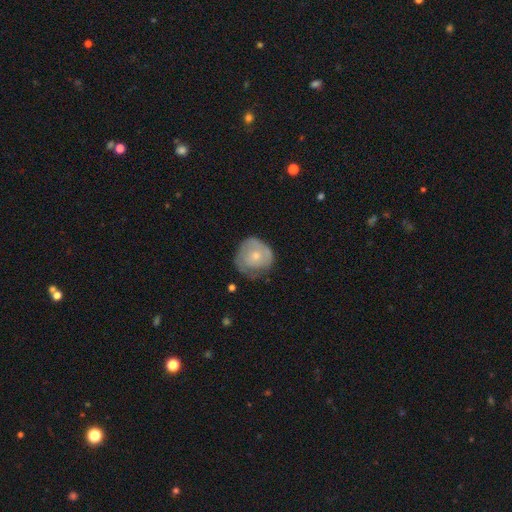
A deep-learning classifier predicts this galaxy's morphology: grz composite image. It shows a smooth galaxy with no disk features (51%) that is round (84%). Merging: none (51%).